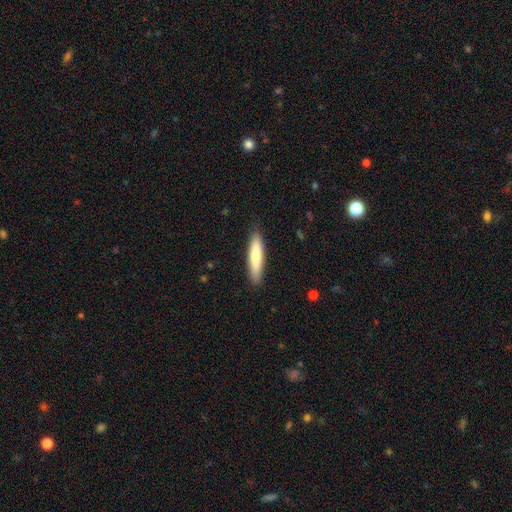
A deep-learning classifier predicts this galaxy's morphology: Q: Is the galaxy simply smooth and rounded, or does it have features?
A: smooth — 75%.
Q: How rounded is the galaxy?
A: cigar-shaped — 82%.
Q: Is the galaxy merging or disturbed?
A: none — 88%.